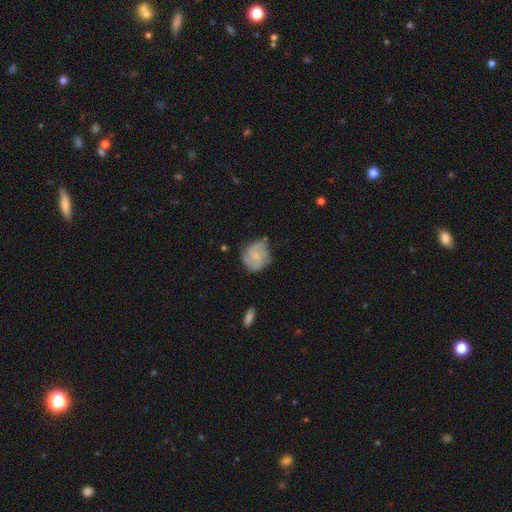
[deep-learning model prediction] smooth_or_featured: featured or disk (p=0.59) [alt: smooth p=0.33]
disk_edge_on: no (p=0.98) [alt: yes p=0.02]
bar: no (p=0.66) [alt: weak p=0.30]
has_spiral_arms: yes (p=0.89) [alt: no p=0.11]
spiral_winding: tight (p=0.43) [alt: medium p=0.42]
spiral_arm_count: 2 (p=0.32) [alt: 3 p=0.30]
bulge_size: small (p=0.51) [alt: none p=0.31]
merging: none (p=0.63) [alt: minor disturbance p=0.26]